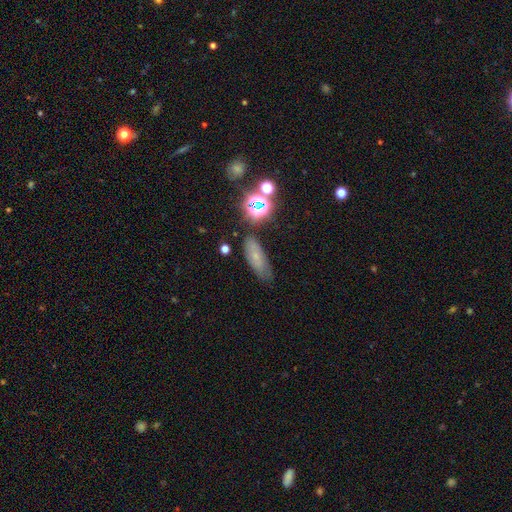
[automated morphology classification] Overall: smooth (54%; featured or disk 24%). How rounded: in between (60%; cigar-shaped 30%). Merging: none (67%).